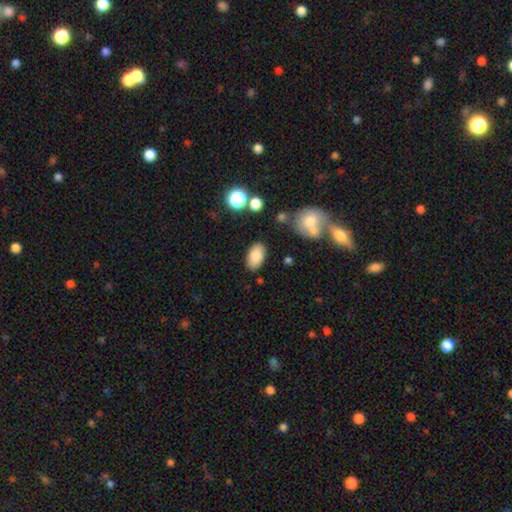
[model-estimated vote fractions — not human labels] A smooth galaxy with no disk features (84%) that is in between round and cigar-shaped (93%). Merging: none (83%).